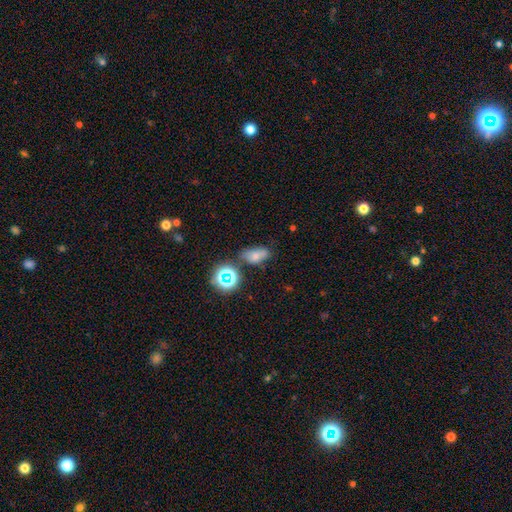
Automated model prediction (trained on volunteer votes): This is likely a smooth galaxy (67%). How rounded: clearly in between (84%). Merging: likely none (61%).